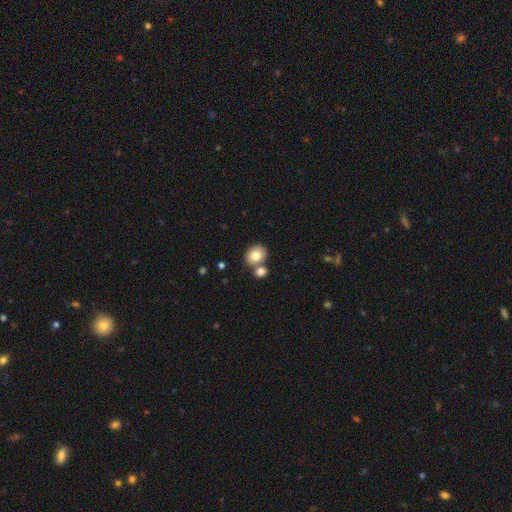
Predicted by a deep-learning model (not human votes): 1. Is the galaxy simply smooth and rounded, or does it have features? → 80% smooth, 11% featured or disk, 9% star or artifact.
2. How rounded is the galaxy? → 53% round, 46% in between, 1% cigar-shaped.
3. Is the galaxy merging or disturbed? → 58% none, 30% merger, 9% minor disturbance, 3% major disturbance.